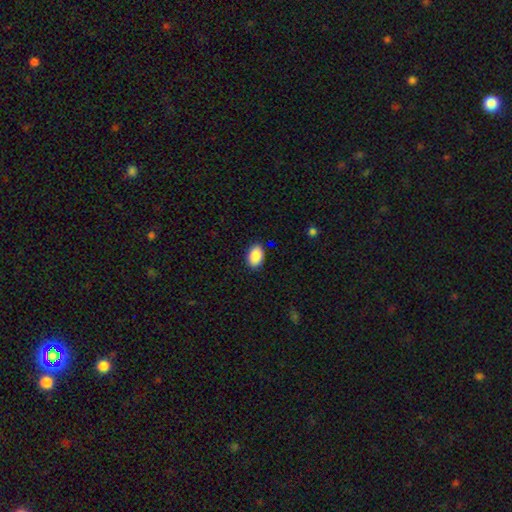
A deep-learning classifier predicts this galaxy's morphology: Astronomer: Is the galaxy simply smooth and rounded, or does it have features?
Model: smooth — 89%.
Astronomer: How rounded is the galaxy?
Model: in between — 89%.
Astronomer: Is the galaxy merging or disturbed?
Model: none — 87%.